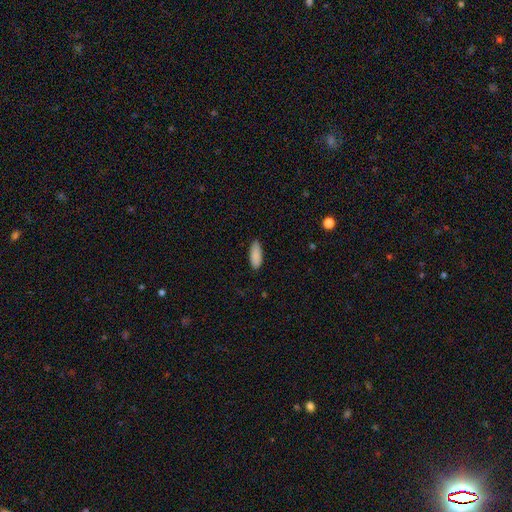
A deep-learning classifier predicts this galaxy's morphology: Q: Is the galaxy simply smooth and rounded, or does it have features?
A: smooth — 89%.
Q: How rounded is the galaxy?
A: in between — 78%.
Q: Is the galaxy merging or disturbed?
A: none — 82%.